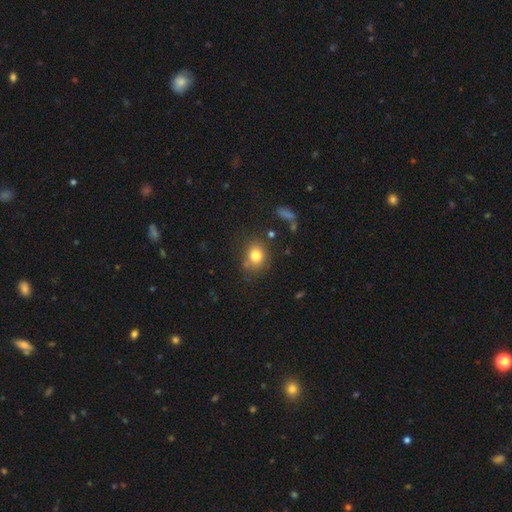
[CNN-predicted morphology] The model was most divided on "how rounded": round: 60%, in between: 39%, cigar-shaped: 1%. More confident: smooth or featured — smooth (80%); merging — none (73%).